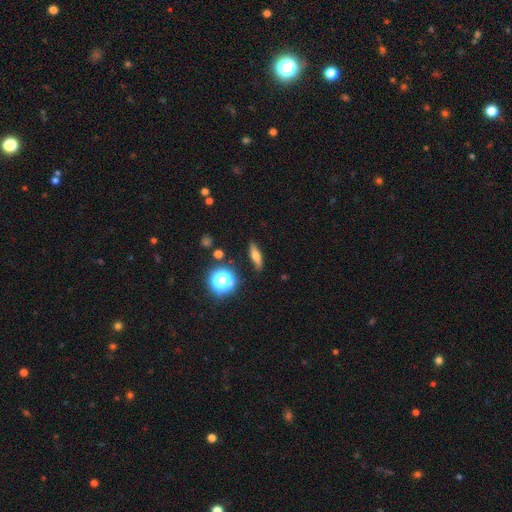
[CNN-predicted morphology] smooth 55%, featured or disk 32%, star or artifact 13%. Down the decision tree: how rounded — cigar-shaped (53%); merging — none (86%).